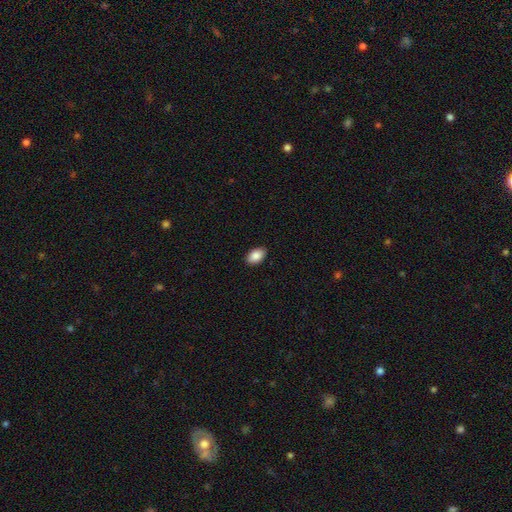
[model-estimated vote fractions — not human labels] A smooth galaxy with no disk features (88%) that is in between round and cigar-shaped (90%). Merging: none (90%).